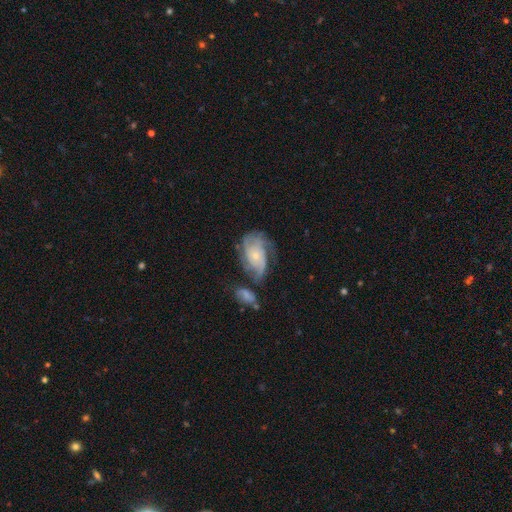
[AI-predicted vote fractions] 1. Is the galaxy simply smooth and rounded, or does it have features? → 78% featured or disk, 16% smooth, 6% star or artifact.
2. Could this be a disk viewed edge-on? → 97% no, 3% yes.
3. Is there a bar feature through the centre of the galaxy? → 76% no, 20% weak, 4% strong.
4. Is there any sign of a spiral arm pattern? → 91% yes, 9% no.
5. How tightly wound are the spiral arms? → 46% tight, 37% medium, 17% loose.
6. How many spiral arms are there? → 33% 2, 31% can't tell, 19% 3, 7% 4, 5% 1, 4% more than 4.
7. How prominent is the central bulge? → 70% small, 23% moderate, 3% none, 2% large, 1% dominant.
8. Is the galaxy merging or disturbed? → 46% none, 23% minor disturbance, 19% major disturbance, 12% merger.